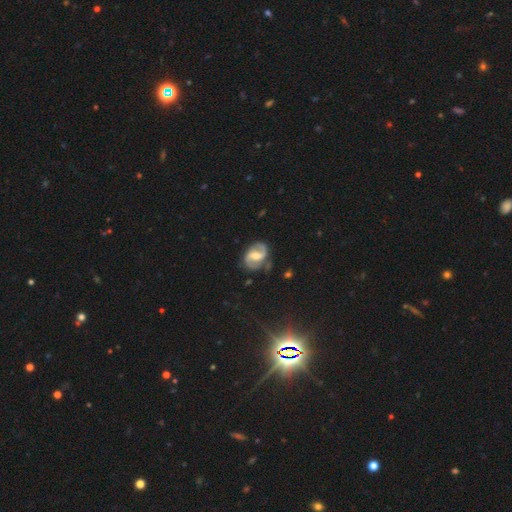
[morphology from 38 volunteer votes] Overall: featured or disk (95%). Edge-on disk: no (97%). Bar: weak (49%; strong 37%). Spiral arms: yes (89%). Spiral arm count: 2 (100%). Spiral winding: medium (55%; tight 23%). Bulge size: moderate (69%). Merging: none (68%).